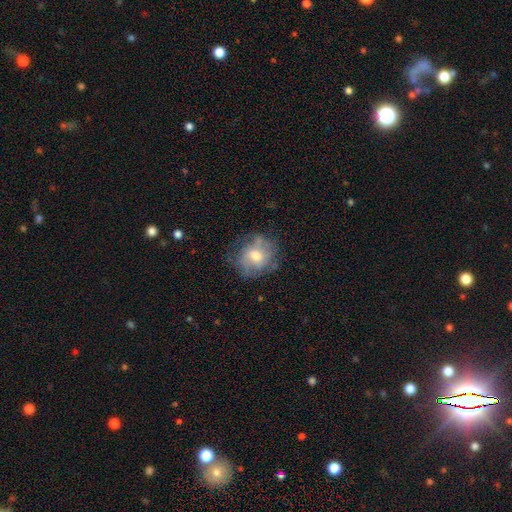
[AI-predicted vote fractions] Smooth or featured? smooth (54%)
How rounded? round (73%)
Merging? none (62%)